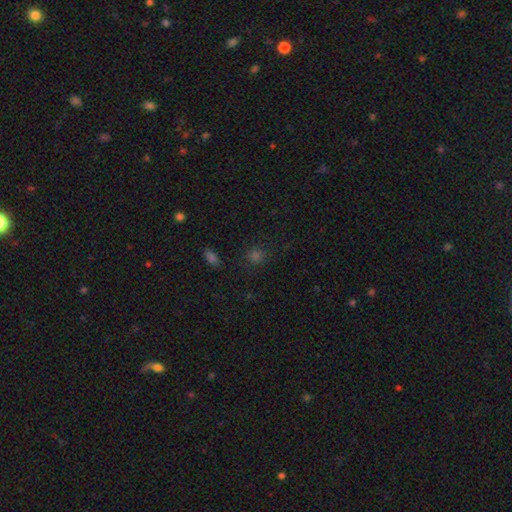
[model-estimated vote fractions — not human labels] smooth 64%, star or artifact 30%, featured or disk 5%. Down the decision tree: how rounded — round (82%); merging — none (84%).